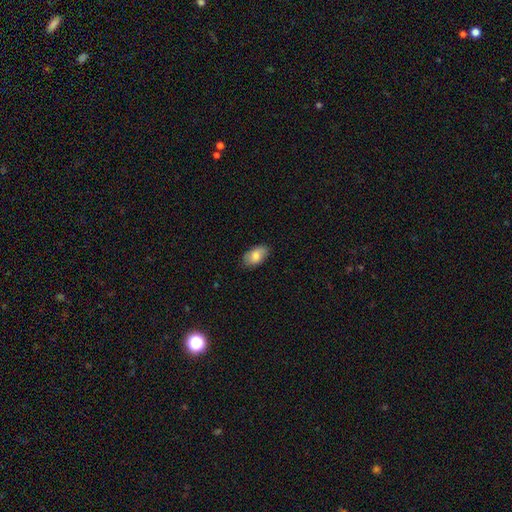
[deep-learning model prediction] smooth-or-featured: smooth: 80% | featured or disk: 13% | star or artifact: 7%
  how-rounded: in between: 93% | round: 6% | cigar-shaped: 2%
  merging: none: 81% | minor disturbance: 15% | major disturbance: 3% | merger: 1%